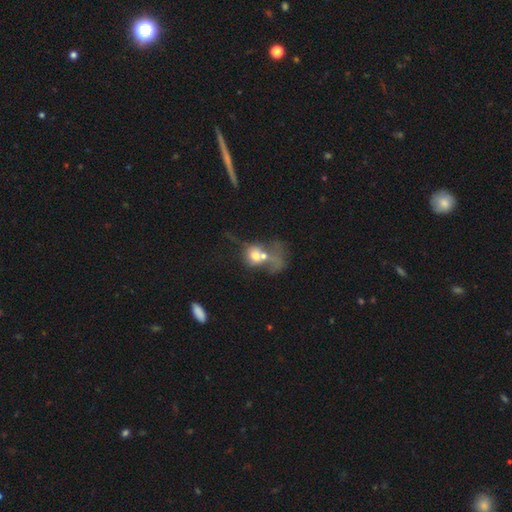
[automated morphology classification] This is possibly a smooth galaxy (53%). How rounded: possibly round (59%). Merging: possibly merger (59%).